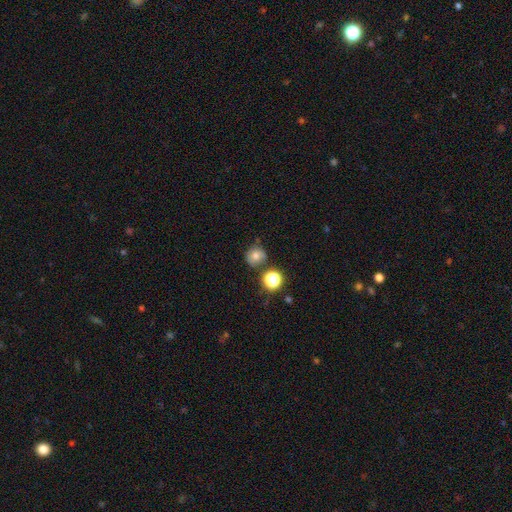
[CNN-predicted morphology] Smooth or featured?
  - smooth: 70% *
  - star or artifact: 16%
  - featured or disk: 14%
How rounded?
  - round: 86% *
  - in between: 13%
  - cigar-shaped: 1%
Merging?
  - none: 72% *
  - minor disturbance: 14%
  - merger: 9%
  - major disturbance: 4%